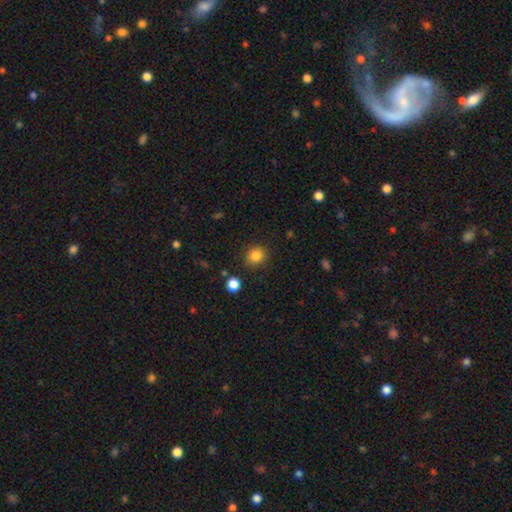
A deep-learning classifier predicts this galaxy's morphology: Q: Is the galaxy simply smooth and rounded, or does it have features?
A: smooth — 85%.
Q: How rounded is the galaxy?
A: round — 82%.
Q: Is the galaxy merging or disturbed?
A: none — 86%.